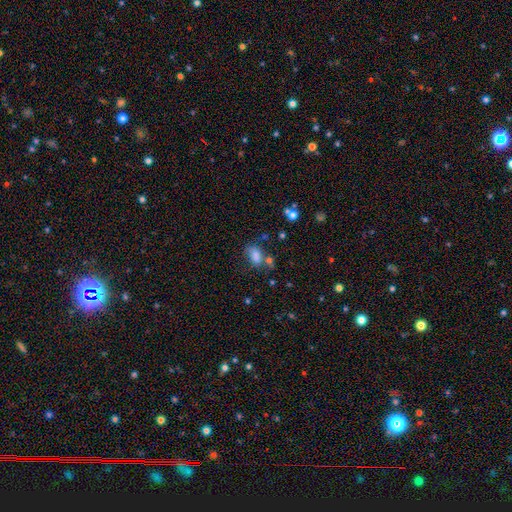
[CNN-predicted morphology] A smooth galaxy with no disk features (77%) that is in between round and cigar-shaped (85%). Merging: none (43%).